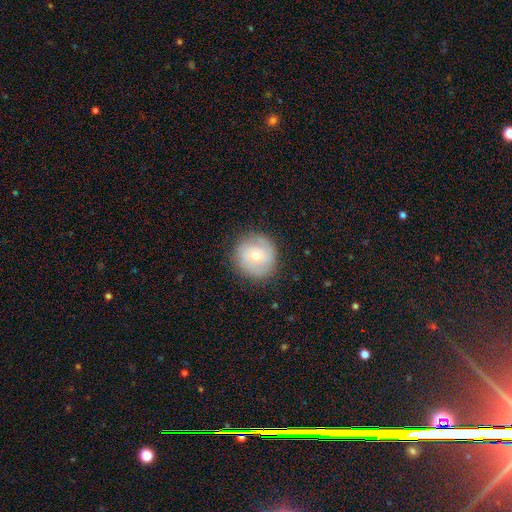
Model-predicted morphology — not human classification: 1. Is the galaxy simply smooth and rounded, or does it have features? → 51% smooth, 40% featured or disk, 9% star or artifact.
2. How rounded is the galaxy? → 92% round, 7% in between, 1% cigar-shaped.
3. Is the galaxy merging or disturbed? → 84% none, 11% minor disturbance, 3% major disturbance, 1% merger.